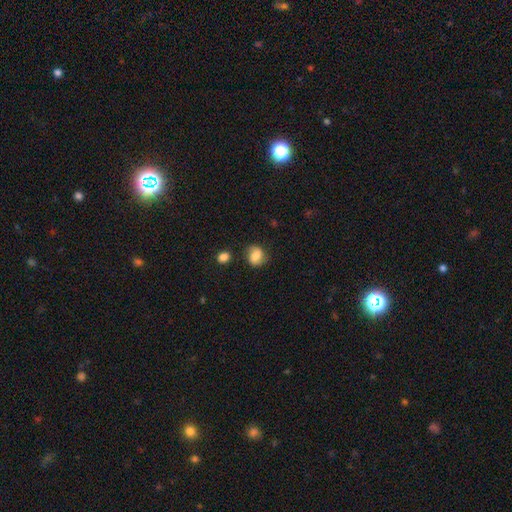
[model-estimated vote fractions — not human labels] The model was most divided on "how rounded": round: 63%, in between: 36%, cigar-shaped: 1%. More confident: smooth or featured — smooth (73%); merging — none (72%).